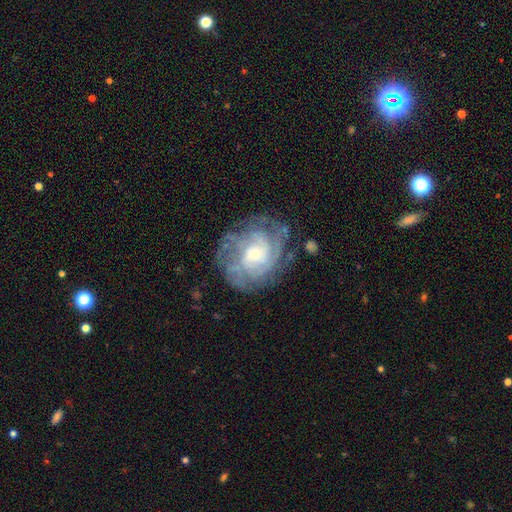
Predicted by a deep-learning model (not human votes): Smooth or featured: featured or disk — 81% (smooth — 11%)
Edge-on disk: no — 97% (yes — 3%)
Bar: no — 64% (weak — 29%)
Spiral arms: yes — 93% (no — 7%)
Spiral winding: tight — 67% (medium — 26%)
Spiral arm count: can't tell — 43% (4 — 17%)
Bulge size: moderate — 46% (small — 45%)
Merging: none — 75% (minor disturbance — 16%)